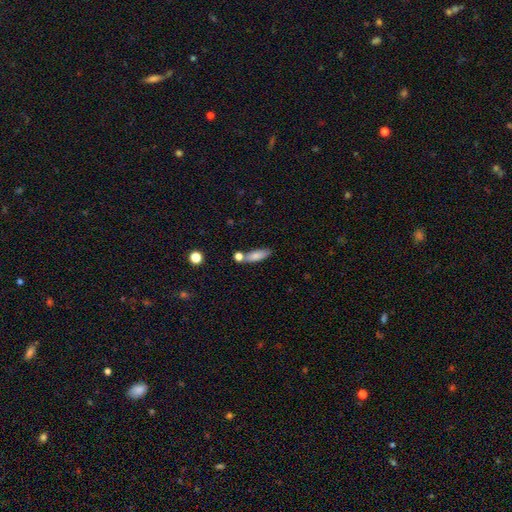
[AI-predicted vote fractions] smooth-or-featured: smooth: 77% | featured or disk: 15% | star or artifact: 8%
  how-rounded: in between: 51% | cigar-shaped: 46% | round: 3%
  merging: none: 64% | merger: 18% | minor disturbance: 14% | major disturbance: 4%